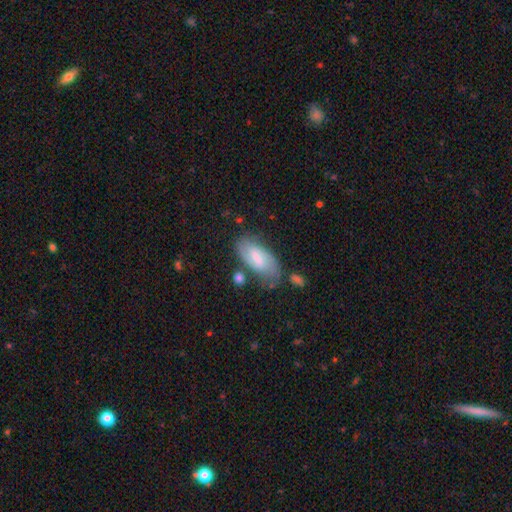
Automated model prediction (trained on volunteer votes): A featured or disk galaxy (54%) with a weak bar (52%), spiral arms (86%) and a small central bulge (37%). Merging: none (65%).